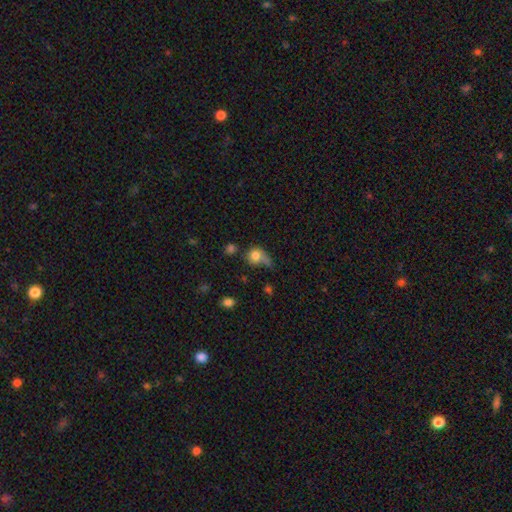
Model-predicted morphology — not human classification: Smooth or featured: smooth — 79% (featured or disk — 11%)
How rounded: round — 77% (in between — 22%)
Merging: none — 37% (minor disturbance — 25%)